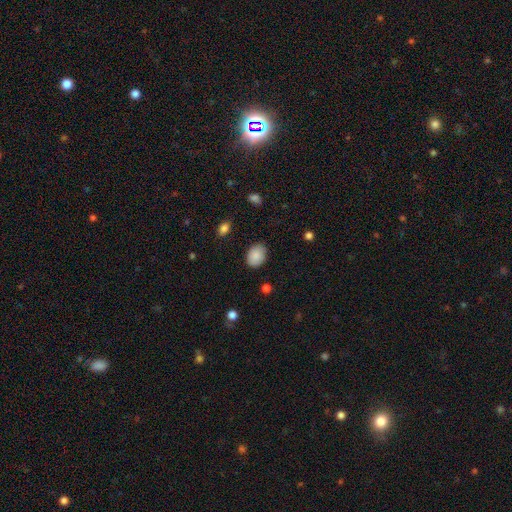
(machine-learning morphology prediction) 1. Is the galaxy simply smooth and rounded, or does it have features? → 88% smooth, 7% star or artifact, 5% featured or disk.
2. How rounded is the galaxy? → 72% in between, 27% round, 1% cigar-shaped.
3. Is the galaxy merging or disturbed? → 84% none, 12% minor disturbance, 3% major disturbance, 1% merger.